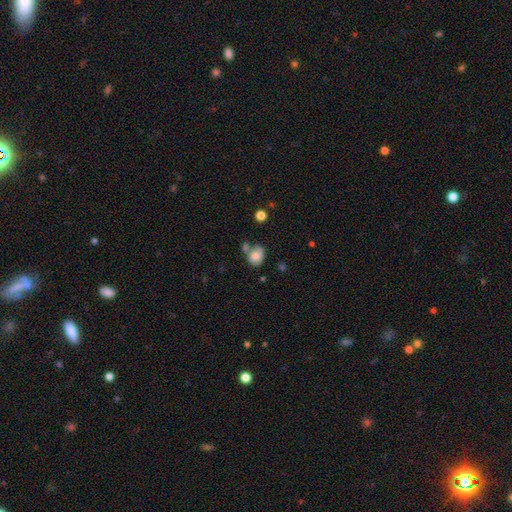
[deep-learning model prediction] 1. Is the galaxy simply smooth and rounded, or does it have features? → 81% smooth, 10% featured or disk, 9% star or artifact.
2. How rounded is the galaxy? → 59% in between, 40% round, 1% cigar-shaped.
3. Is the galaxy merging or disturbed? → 49% none, 26% merger, 19% minor disturbance, 7% major disturbance.